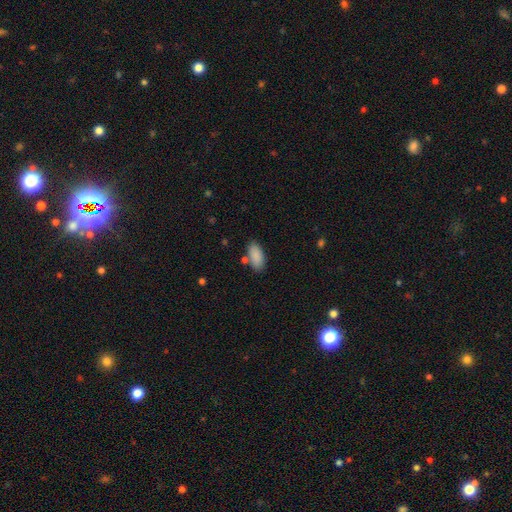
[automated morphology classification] A smooth galaxy with no disk features (88%) that is in between round and cigar-shaped (91%). Merging: none (75%).